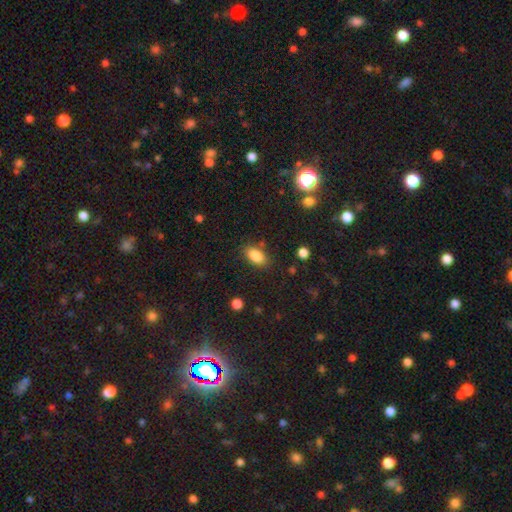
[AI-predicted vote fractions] This is clearly a smooth galaxy (85%). How rounded: clearly in between (89%). Merging: clearly none (81%).